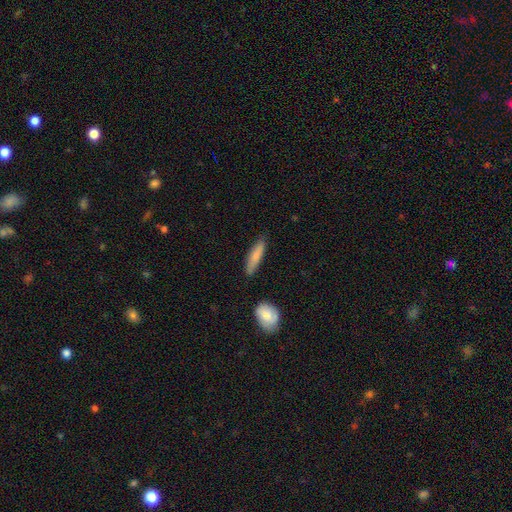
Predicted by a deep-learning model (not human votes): A smooth galaxy with no disk features (79%) that is cigar-shaped (77%). Merging: none (80%).